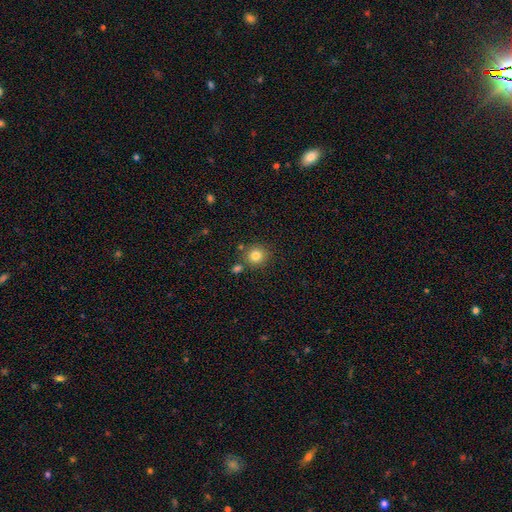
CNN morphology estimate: The model was most divided on "merging": none: 79%, minor disturbance: 9%, merger: 9%, major disturbance: 3%. More confident: how rounded — round (90%); smooth or featured — smooth (82%).